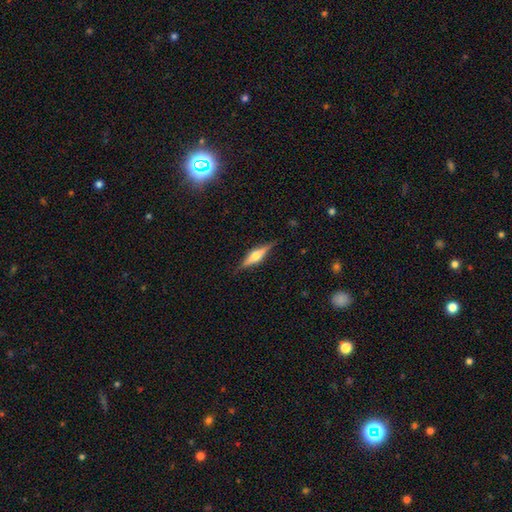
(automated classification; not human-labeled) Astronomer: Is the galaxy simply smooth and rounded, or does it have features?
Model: featured or disk — 66%.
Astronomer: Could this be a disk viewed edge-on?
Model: yes — 96%.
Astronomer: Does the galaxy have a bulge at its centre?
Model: rounded — 86%.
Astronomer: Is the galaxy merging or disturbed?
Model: none — 87%.